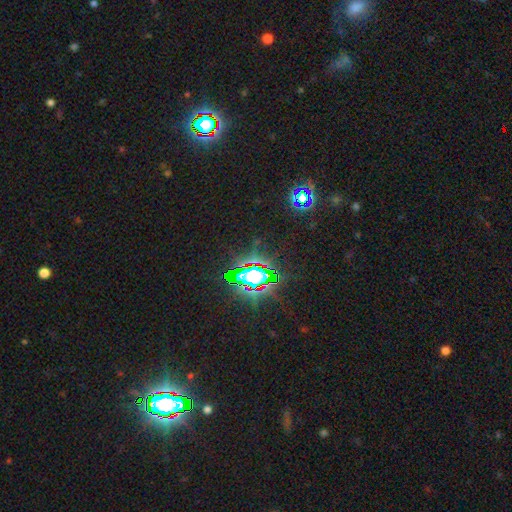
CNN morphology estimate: Q: Smooth or featured?
A: star or artifact (84%); runner-up: smooth (9%)